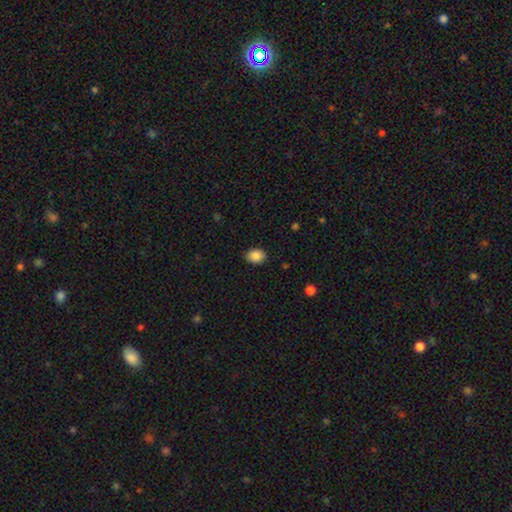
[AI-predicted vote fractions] A smooth galaxy with no disk features (88%) that is in between round and cigar-shaped (66%).

Vote fractions:
- Smooth or featured? smooth: 88% / star or artifact: 8% / featured or disk: 4%
- How rounded? in between: 66% / round: 33% / cigar-shaped: 1%
- Merging? none: 87% / minor disturbance: 10% / major disturbance: 2% / merger: 1%